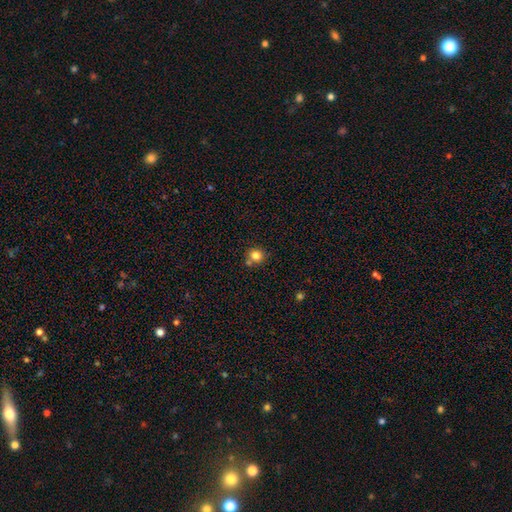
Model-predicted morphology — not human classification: Q: Smooth or featured?
A: smooth (82%); runner-up: star or artifact (12%)
Q: How rounded?
A: round (88%); runner-up: in between (11%)
Q: Merging?
A: none (67%); runner-up: merger (19%)